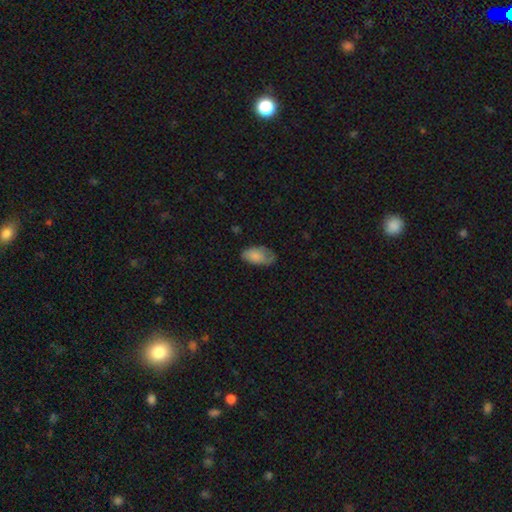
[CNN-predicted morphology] This is likely a smooth galaxy (76%). How rounded: clearly in between (94%). Merging: possibly none (57%).